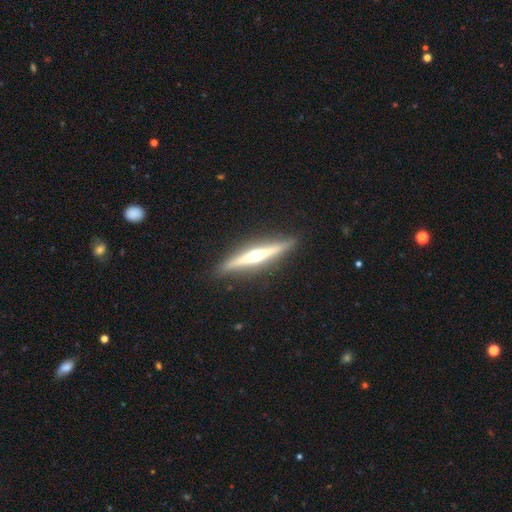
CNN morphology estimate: Q: Smooth or featured?
A: featured or disk (75%); runner-up: smooth (20%)
Q: Edge-on disk?
A: yes (97%); runner-up: no (3%)
Q: Edge-on bulge?
A: rounded (94%); runner-up: none (3%)
Q: Merging?
A: none (91%); runner-up: minor disturbance (7%)